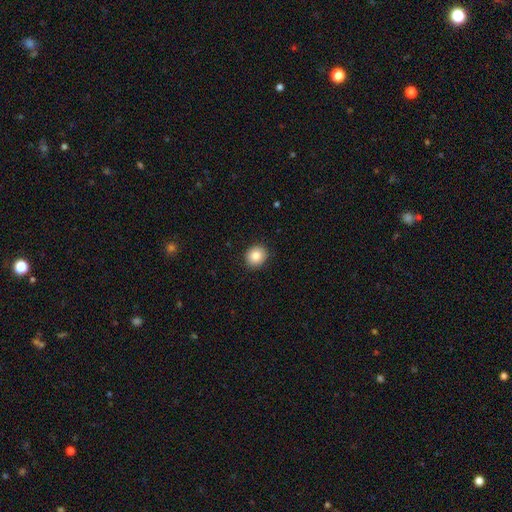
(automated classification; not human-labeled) This appears to be a smooth galaxy with no disk features (85%) that is round (77%). Merging: none (91%).